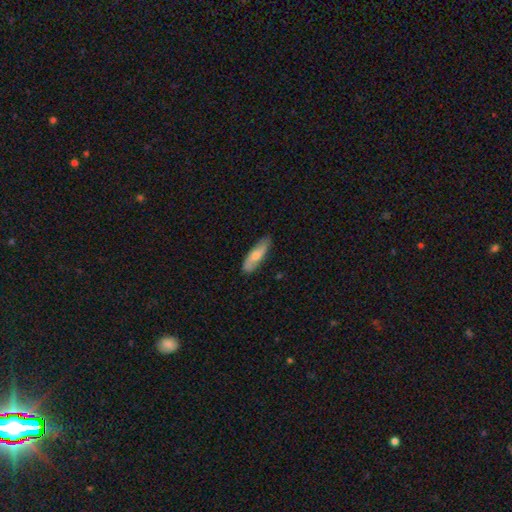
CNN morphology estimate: smooth_or_featured: smooth (p=0.65) [alt: featured or disk p=0.30]
how_rounded: cigar-shaped (p=0.52) [alt: in between p=0.46]
merging: none (p=0.81) [alt: minor disturbance p=0.16]